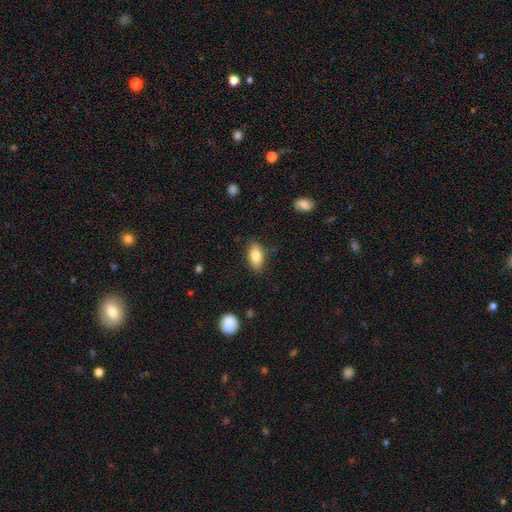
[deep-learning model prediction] The model was most divided on "merging": none: 84%, minor disturbance: 12%, major disturbance: 3%, merger: 1%. More confident: how rounded — in between (88%); smooth or featured — smooth (84%).